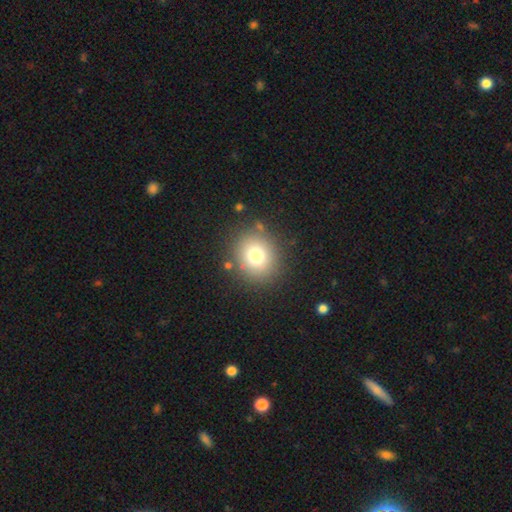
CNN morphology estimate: The model was most divided on "smooth or featured": smooth: 76%, star or artifact: 13%, featured or disk: 11%. More confident: merging — none (84%); how rounded — round (81%).